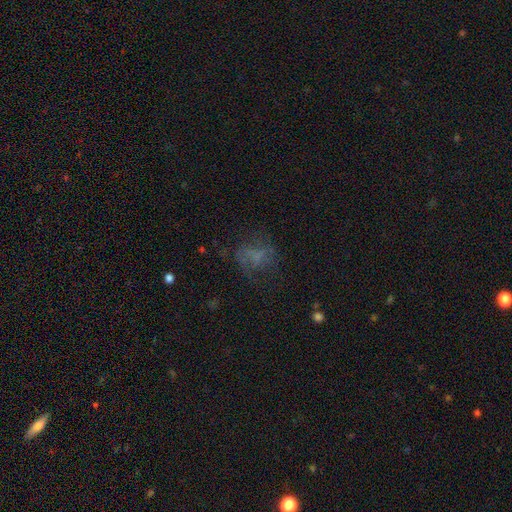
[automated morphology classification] The model was most divided on "smooth or featured": smooth: 40%, featured or disk: 36%, star or artifact: 24%. More confident: merging — none (50%).